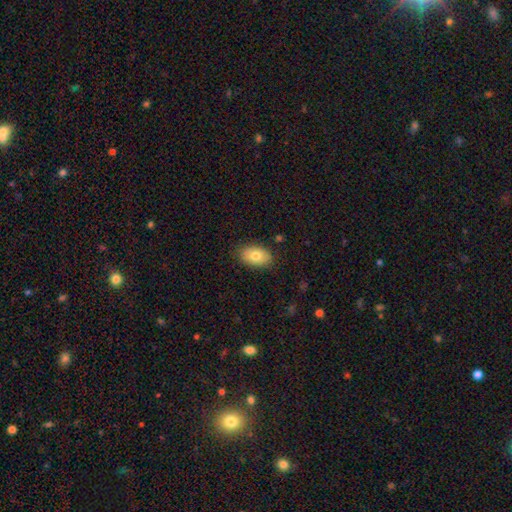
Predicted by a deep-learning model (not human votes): Smooth or featured: smooth — 78% (featured or disk — 15%)
How rounded: in between — 89% (round — 9%)
Merging: none — 85% (minor disturbance — 11%)